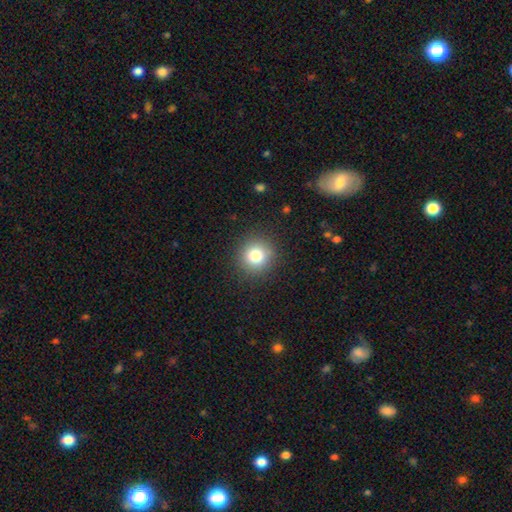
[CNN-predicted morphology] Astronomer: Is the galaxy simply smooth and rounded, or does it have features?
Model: smooth — 79%.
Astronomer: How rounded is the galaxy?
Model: round — 90%.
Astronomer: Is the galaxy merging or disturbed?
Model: none — 90%.